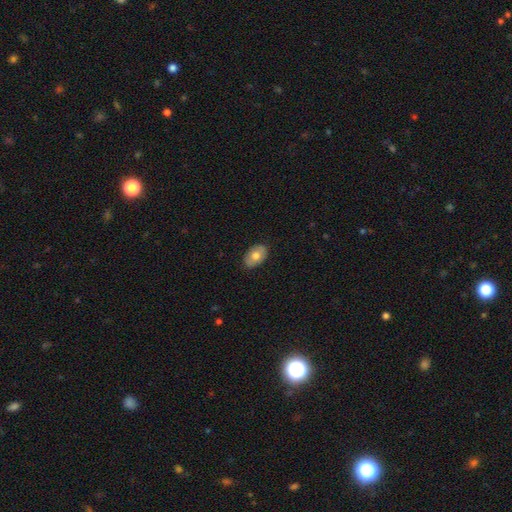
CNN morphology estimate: Overall: smooth (70%). How rounded: in between (88%). Merging: none (86%).